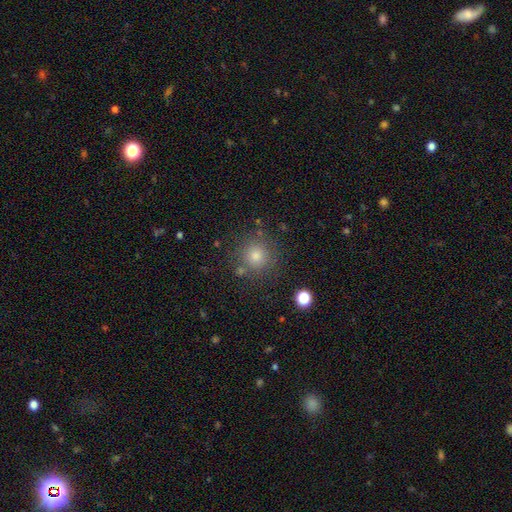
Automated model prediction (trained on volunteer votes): A smooth galaxy with no disk features (75%) that is round (94%).

Vote fractions:
- Smooth or featured? smooth: 75% / star or artifact: 17% / featured or disk: 8%
- How rounded? round: 94% / in between: 5% / cigar-shaped: 1%
- Merging? none: 83% / minor disturbance: 9% / merger: 5% / major disturbance: 3%